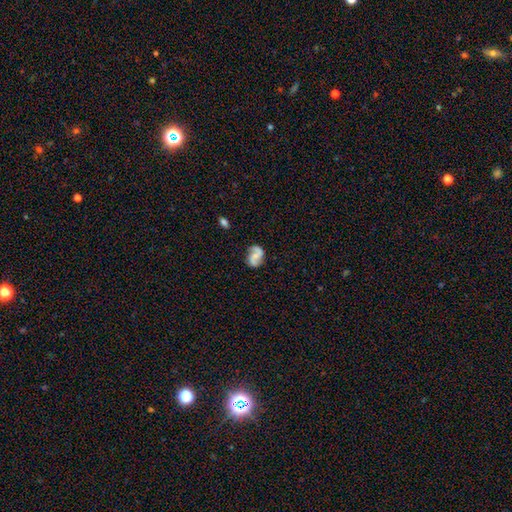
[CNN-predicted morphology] Smooth or featured? Predicted: featured or disk (p=0.76). Edge-on disk? Predicted: no (p=0.98). Bar? Predicted: no (p=0.47). Spiral arms? Predicted: yes (p=0.95). Spiral winding? Predicted: loose (p=0.49). Spiral arm count? Predicted: 2 (p=0.92). Bulge size? Predicted: small (p=0.44). Merging? Predicted: none (p=0.76).